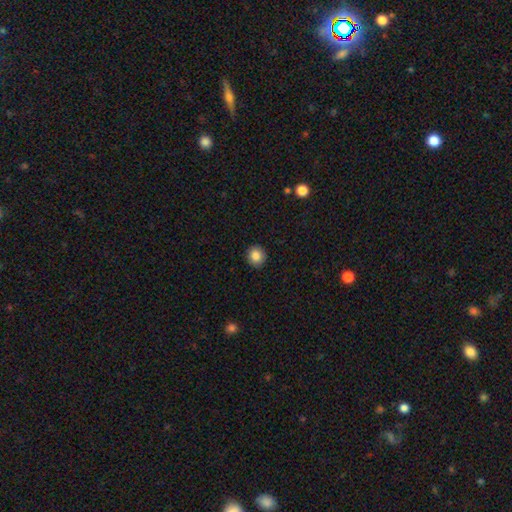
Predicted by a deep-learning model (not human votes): The model was most divided on "smooth or featured": smooth: 85%, star or artifact: 9%, featured or disk: 5%. More confident: merging — none (92%); how rounded — round (89%).